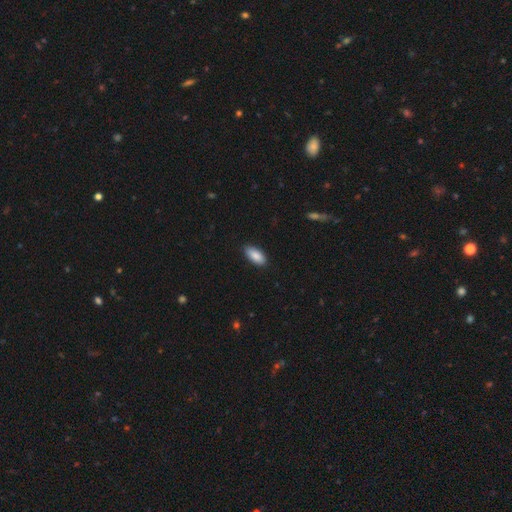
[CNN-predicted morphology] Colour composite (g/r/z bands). It shows a smooth galaxy with no disk features (88%) that is in between round and cigar-shaped (91%). Merging: none (88%).